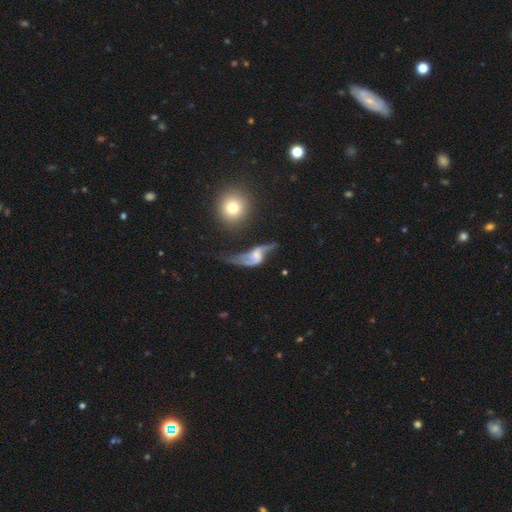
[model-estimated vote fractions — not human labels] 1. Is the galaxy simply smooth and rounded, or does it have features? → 82% featured or disk, 12% smooth, 6% star or artifact.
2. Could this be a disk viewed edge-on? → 94% no, 6% yes.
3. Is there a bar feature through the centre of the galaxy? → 44% no, 40% weak, 16% strong.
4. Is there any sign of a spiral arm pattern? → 90% yes, 10% no.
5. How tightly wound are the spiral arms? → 87% loose, 10% medium, 3% tight.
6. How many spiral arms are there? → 90% 2, 4% 1, 3% can't tell, 1% 3, 1% 4, 1% more than 4.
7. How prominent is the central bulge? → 39% small, 27% none, 26% moderate, 6% large, 2% dominant.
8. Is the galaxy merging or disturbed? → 40% none, 29% major disturbance, 21% minor disturbance, 10% merger.